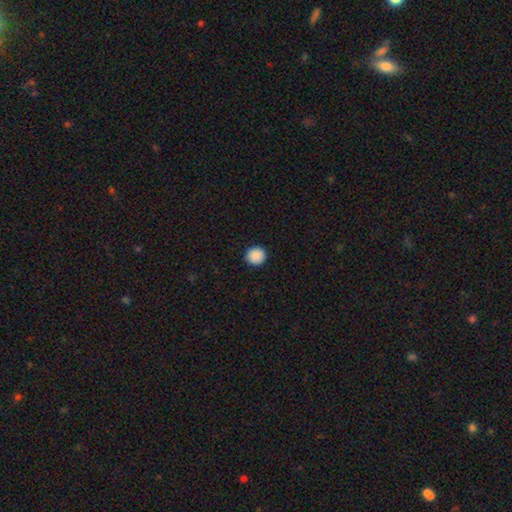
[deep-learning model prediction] Smooth or featured? Predicted: smooth (p=0.90). How rounded? Predicted: round (p=0.91). Merging? Predicted: none (p=0.92).